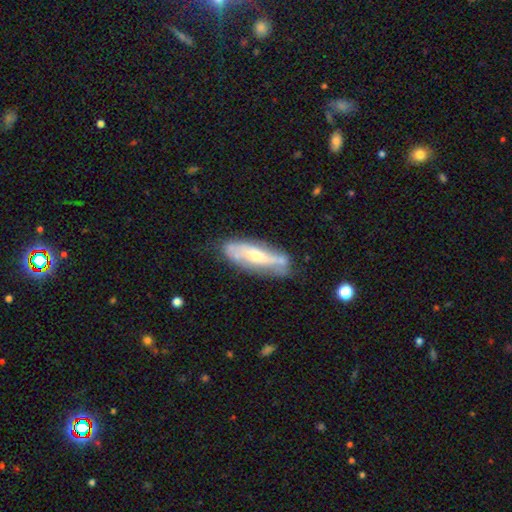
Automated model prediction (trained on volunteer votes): A featured or disk galaxy (60%).

Vote fractions:
- Smooth or featured? featured or disk: 60% / smooth: 34% / star or artifact: 6%
- Edge-on disk? no: 71% / yes: 29%
- Merging? none: 61% / minor disturbance: 25% / major disturbance: 8% / merger: 6%